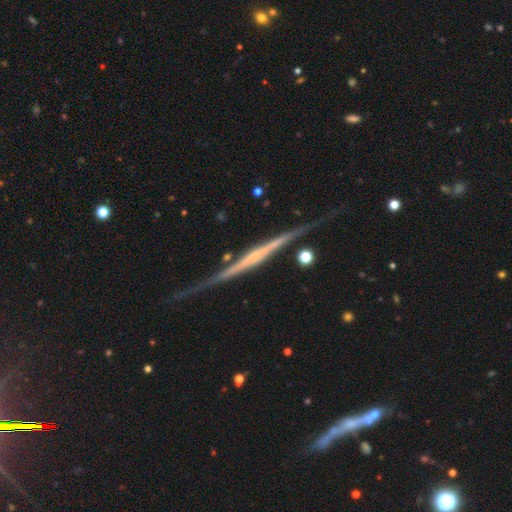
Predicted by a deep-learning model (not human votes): Smooth or featured? featured or disk (84%)
Edge-on disk? yes (97%)
Edge-on bulge? none (53%)
Merging? none (75%)